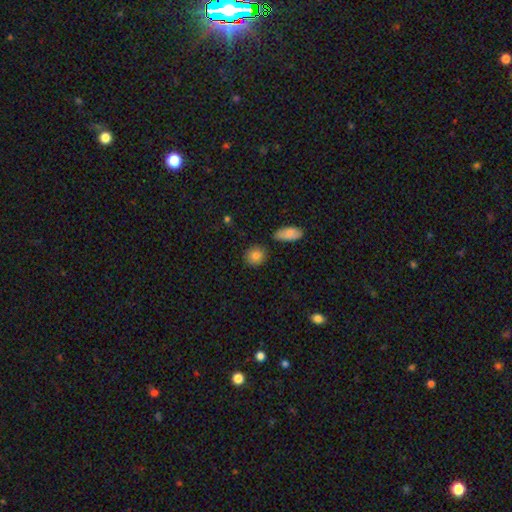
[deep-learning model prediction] A smooth galaxy with no disk features (84%) that is round (79%).

Vote fractions:
- Smooth or featured? smooth: 84% / star or artifact: 9% / featured or disk: 7%
- How rounded? round: 79% / in between: 19% / cigar-shaped: 2%
- Merging? none: 82% / minor disturbance: 11% / merger: 5% / major disturbance: 2%